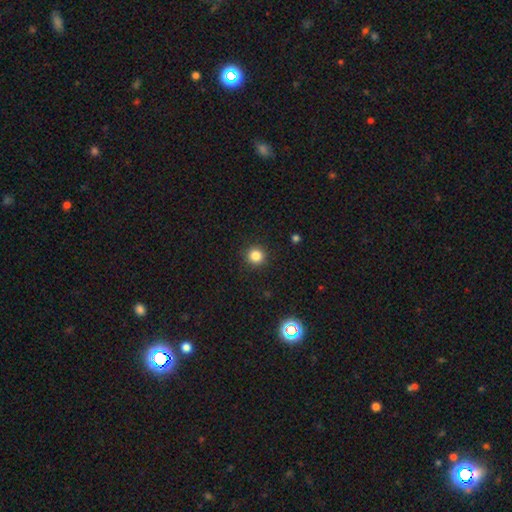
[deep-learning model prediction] smooth_or_featured: smooth (p=0.83) [alt: star or artifact p=0.12]
how_rounded: round (p=0.95) [alt: in between p=0.05]
merging: none (p=0.92) [alt: minor disturbance p=0.05]